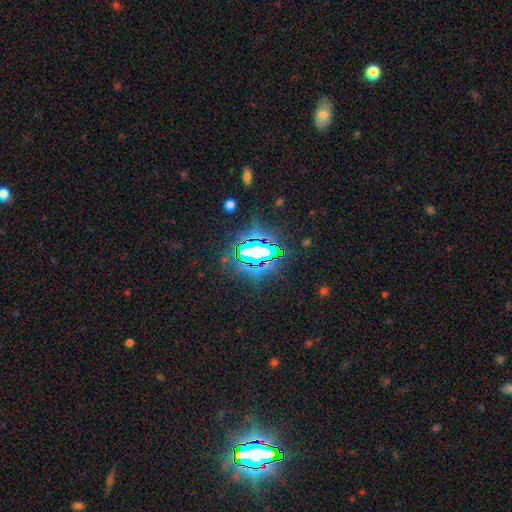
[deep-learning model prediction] The model was most divided on "smooth or featured": star or artifact: 80%, smooth: 11%, featured or disk: 9%.